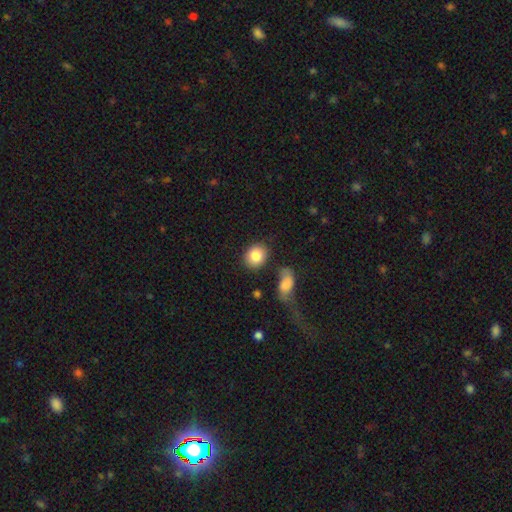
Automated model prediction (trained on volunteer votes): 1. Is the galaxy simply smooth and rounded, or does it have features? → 85% smooth, 8% star or artifact, 8% featured or disk.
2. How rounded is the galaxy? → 68% round, 31% in between, 1% cigar-shaped.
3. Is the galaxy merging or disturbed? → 79% none, 11% minor disturbance, 6% merger, 4% major disturbance.